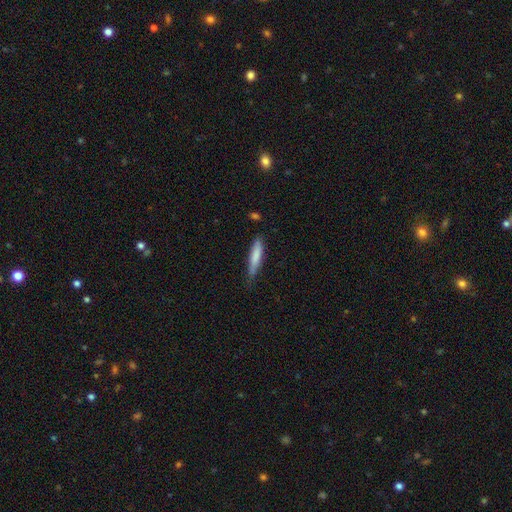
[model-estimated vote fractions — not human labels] This is likely a smooth galaxy (79%). How rounded: clearly cigar-shaped (83%). Merging: likely none (70%).